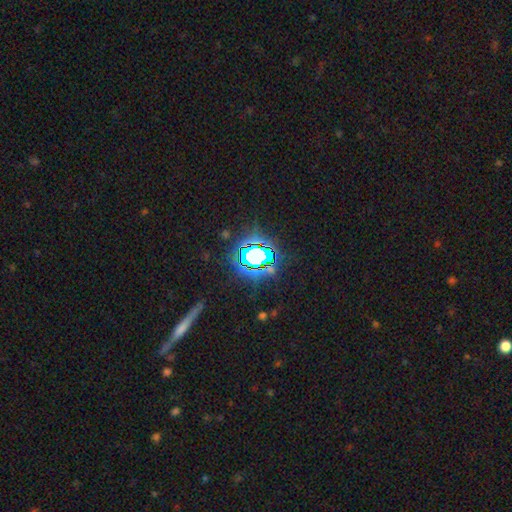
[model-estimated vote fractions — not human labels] Smooth or featured?
  - star or artifact: 73% *
  - smooth: 15%
  - featured or disk: 12%